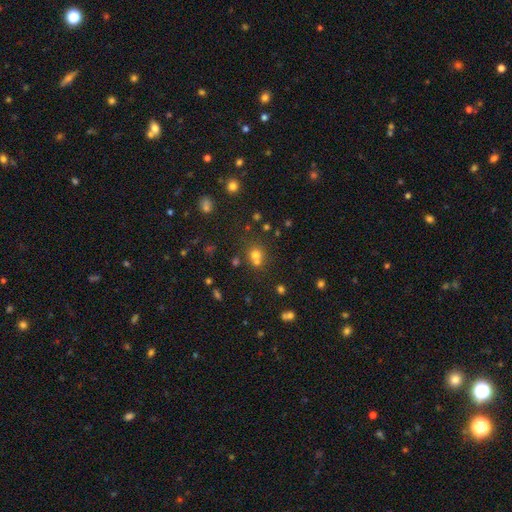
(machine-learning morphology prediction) Overall: smooth (66%). How rounded: round (84%). Merging: none (52%; merger 37%).